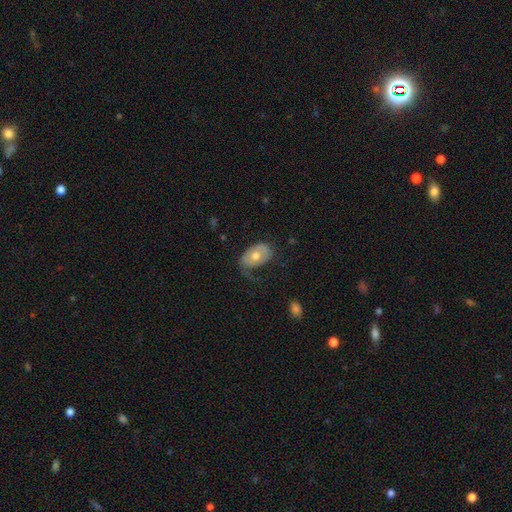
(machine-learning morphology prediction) Smooth or featured? Predicted: smooth (p=0.55). How rounded? Predicted: in between (p=0.89). Merging? Predicted: none (p=0.41).